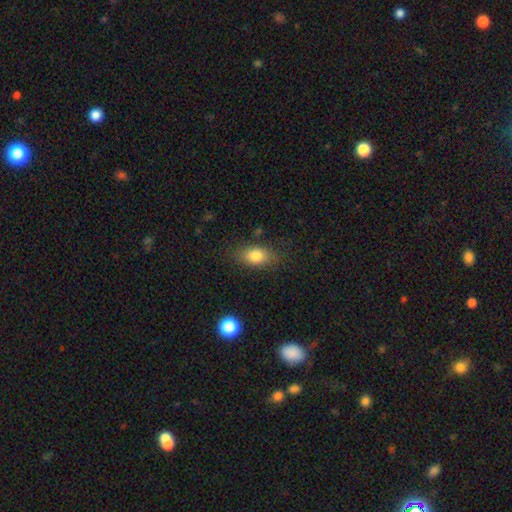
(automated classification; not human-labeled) Smooth or featured? Predicted: smooth (p=0.81). How rounded? Predicted: in between (p=0.84). Merging? Predicted: none (p=0.79).